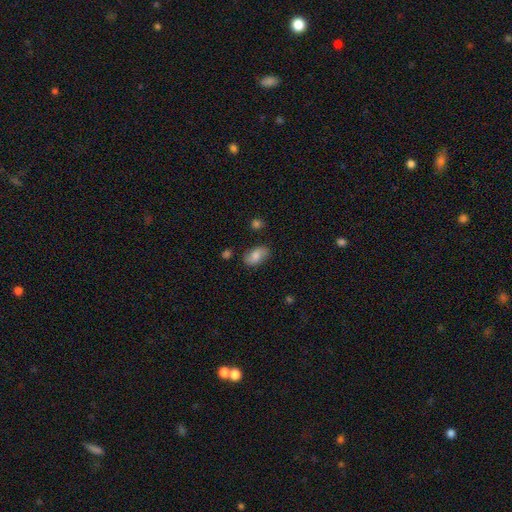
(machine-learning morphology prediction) Smooth or featured?
  - smooth: 71% *
  - featured or disk: 21%
  - star or artifact: 8%
How rounded?
  - in between: 90% *
  - round: 7%
  - cigar-shaped: 2%
Merging?
  - none: 73% *
  - minor disturbance: 19%
  - major disturbance: 5%
  - merger: 3%